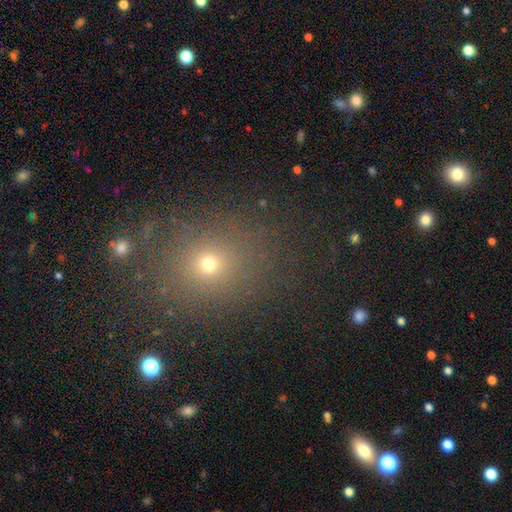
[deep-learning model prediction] A smooth galaxy with no disk features (56%) that is round (65%).

Vote fractions:
- Smooth or featured? smooth: 56% / star or artifact: 35% / featured or disk: 9%
- How rounded? round: 65% / in between: 34% / cigar-shaped: 1%
- Merging? none: 85% / minor disturbance: 8% / major disturbance: 4% / merger: 3%